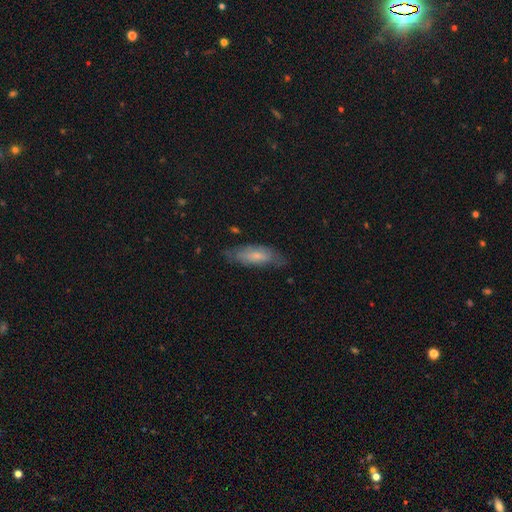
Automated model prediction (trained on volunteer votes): This appears to be a smooth galaxy with no disk features (63%) that is in between round and cigar-shaped (66%). Merging: none (66%).